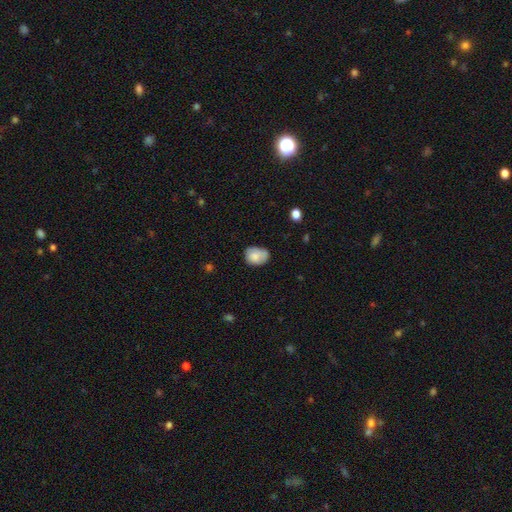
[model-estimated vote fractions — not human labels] This appears to be a smooth galaxy with no disk features (81%) that is in between round and cigar-shaped (64%). Merging: none (58%).